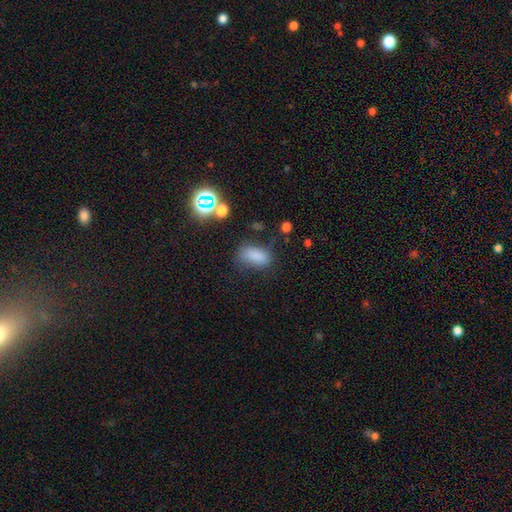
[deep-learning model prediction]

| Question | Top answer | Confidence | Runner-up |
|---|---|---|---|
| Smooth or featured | smooth | 78% | star or artifact (14%) |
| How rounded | in between | 89% | round (7%) |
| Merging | none | 62% | minor disturbance (22%) |